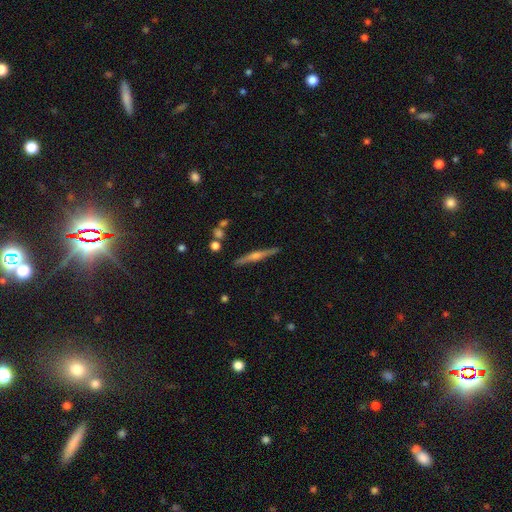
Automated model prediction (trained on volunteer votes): This appears to be a featured or disk galaxy (74%) viewed edge-on (98%) with a rounded central bulge (85%). Merging: none (89%).